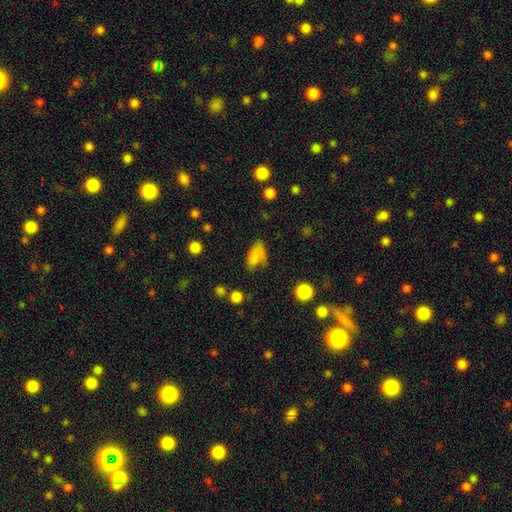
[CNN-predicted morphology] Smooth or featured? Predicted: smooth (p=0.77). How rounded? Predicted: in between (p=0.87). Merging? Predicted: none (p=0.44).